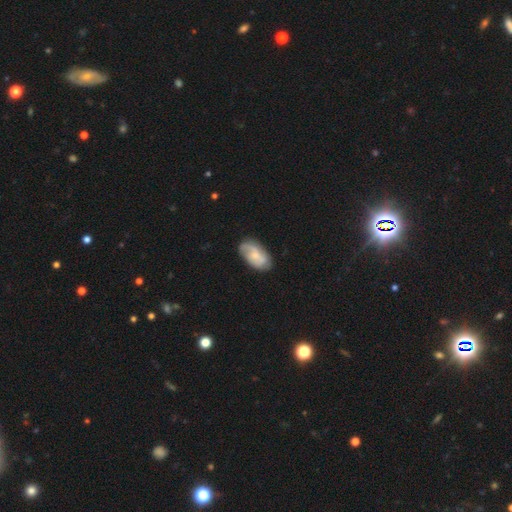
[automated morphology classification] A featured or disk galaxy (58%) with no bar (62%), spiral arms (87%) and a small central bulge (60%).

Vote fractions:
- Smooth or featured? featured or disk: 58% / smooth: 36% / star or artifact: 6%
- Edge-on disk? no: 96% / yes: 4%
- Bar? no: 62% / weak: 33% / strong: 5%
- Spiral arms? yes: 87% / no: 13%
- Bulge size? small: 60% / moderate: 31% / none: 7% / large: 2% / dominant: 1%
- Merging? none: 72% / minor disturbance: 20% / major disturbance: 6% / merger: 1%